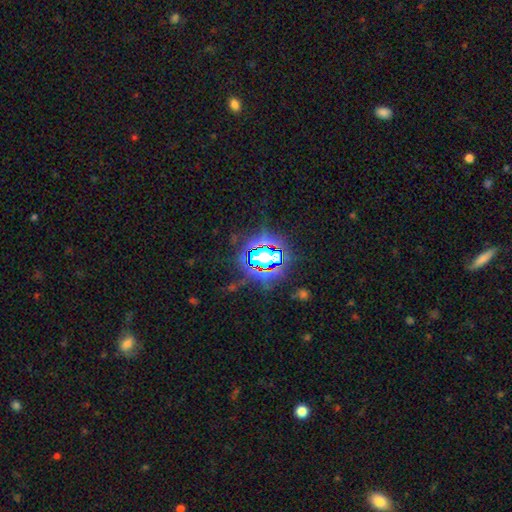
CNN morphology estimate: Smooth or featured? star or artifact (81%)